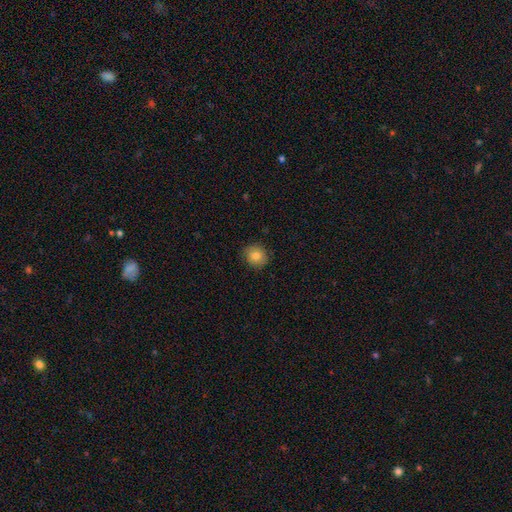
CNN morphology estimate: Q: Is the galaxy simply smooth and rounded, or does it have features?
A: smooth — 82%.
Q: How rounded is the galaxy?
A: round — 86%.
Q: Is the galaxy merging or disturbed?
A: none — 88%.